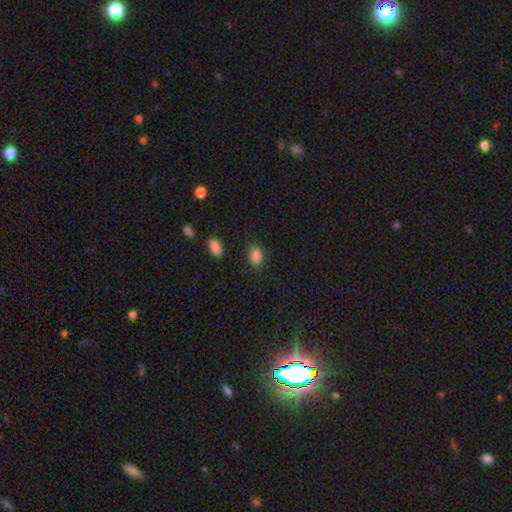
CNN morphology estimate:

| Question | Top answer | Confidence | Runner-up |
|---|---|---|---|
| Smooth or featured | smooth | 86% | star or artifact (10%) |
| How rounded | in between | 78% | round (21%) |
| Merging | none | 83% | minor disturbance (12%) |